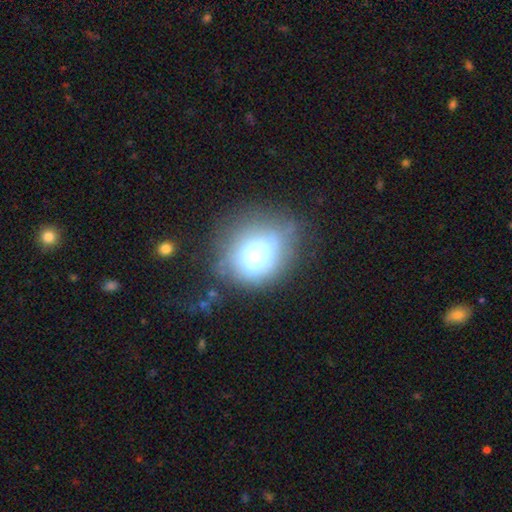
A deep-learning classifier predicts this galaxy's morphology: Smooth or featured: smooth — 57% (featured or disk — 24%)
How rounded: round — 69% (in between — 29%)
Merging: none — 58% (minor disturbance — 22%)